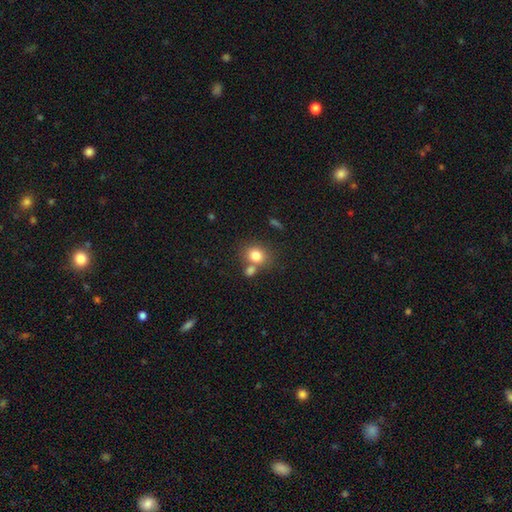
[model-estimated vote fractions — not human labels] smooth-or-featured: smooth: 80% | star or artifact: 11% | featured or disk: 9%
  how-rounded: round: 63% | in between: 36% | cigar-shaped: 1%
  merging: none: 57% | merger: 28% | minor disturbance: 11% | major disturbance: 4%